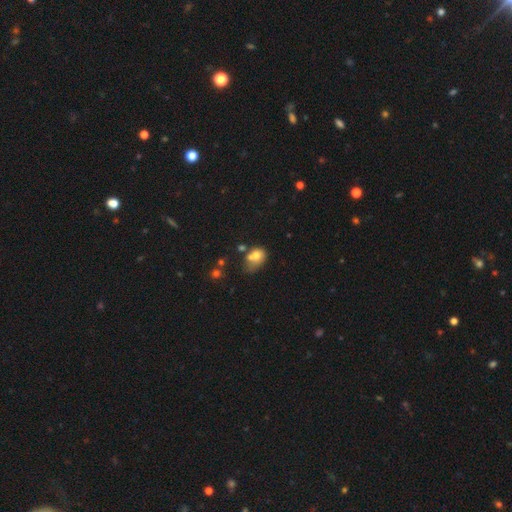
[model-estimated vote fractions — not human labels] Smooth or featured? Predicted: smooth (p=0.69). How rounded? Predicted: in between (p=0.62). Merging? Predicted: merger (p=0.38).